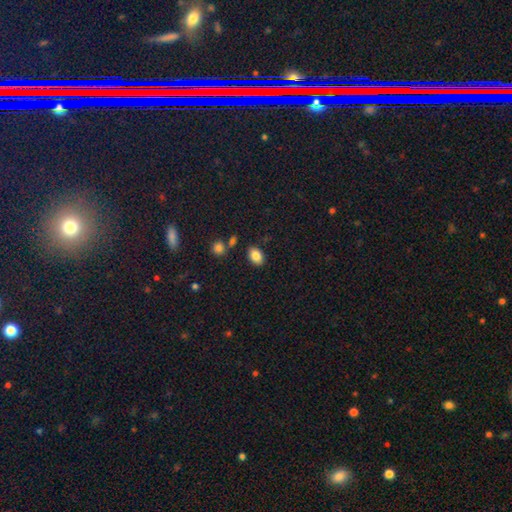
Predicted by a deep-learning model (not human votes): Overall: smooth (84%). How rounded: in between (85%). Merging: none (83%).